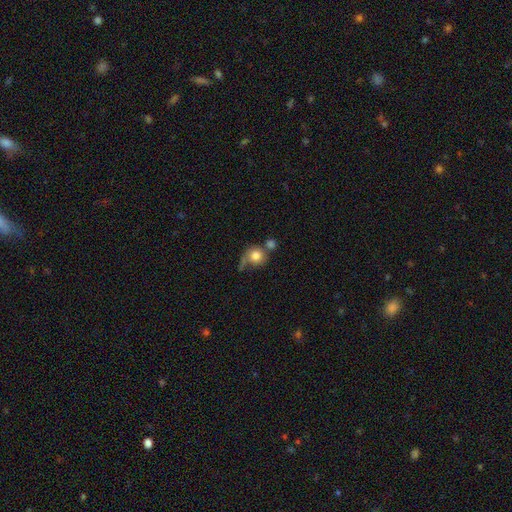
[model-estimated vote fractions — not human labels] Smooth or featured? smooth (77%)
How rounded? round (87%)
Merging? none (40%)